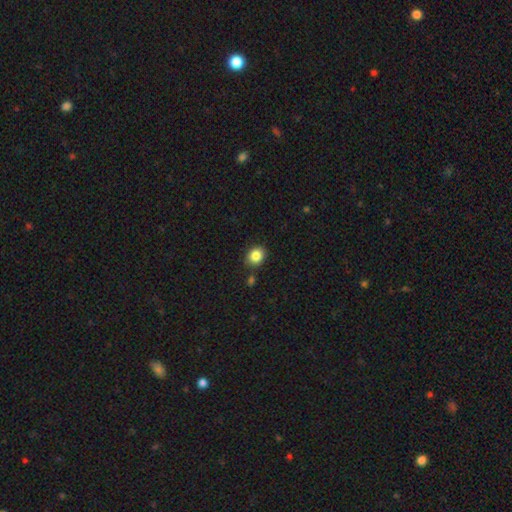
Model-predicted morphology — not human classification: Smooth or featured?
  - smooth: 86% *
  - star or artifact: 9%
  - featured or disk: 5%
How rounded?
  - round: 59% *
  - in between: 40%
  - cigar-shaped: 1%
Merging?
  - none: 81% *
  - minor disturbance: 11%
  - merger: 5%
  - major disturbance: 3%